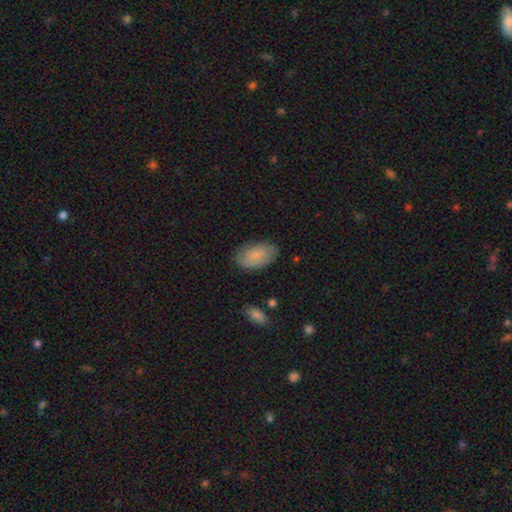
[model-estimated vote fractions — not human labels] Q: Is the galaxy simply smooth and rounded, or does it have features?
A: smooth — 71%.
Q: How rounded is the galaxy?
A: in between — 93%.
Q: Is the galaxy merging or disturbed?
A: none — 80%.